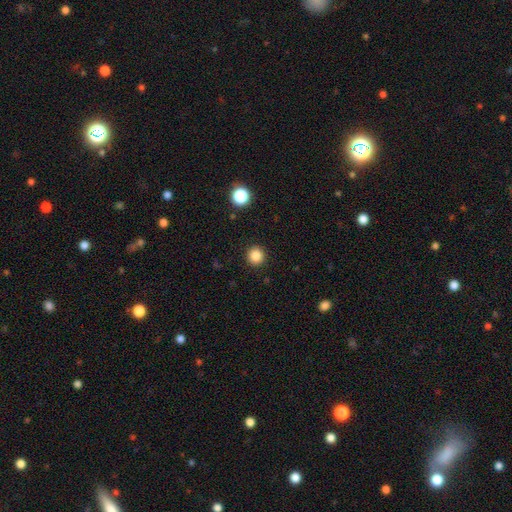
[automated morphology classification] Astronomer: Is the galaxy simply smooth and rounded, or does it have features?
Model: smooth — 85%.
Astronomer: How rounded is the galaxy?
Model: round — 94%.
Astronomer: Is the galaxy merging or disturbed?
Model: none — 92%.